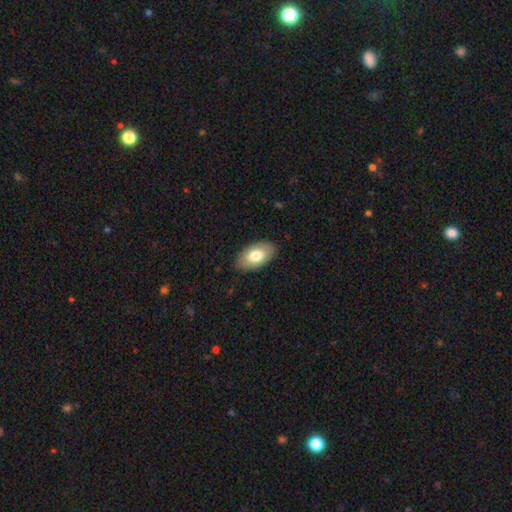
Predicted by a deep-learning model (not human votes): Morphology: type=smooth (77%); roundness=in between (95%); merging=none (86%).